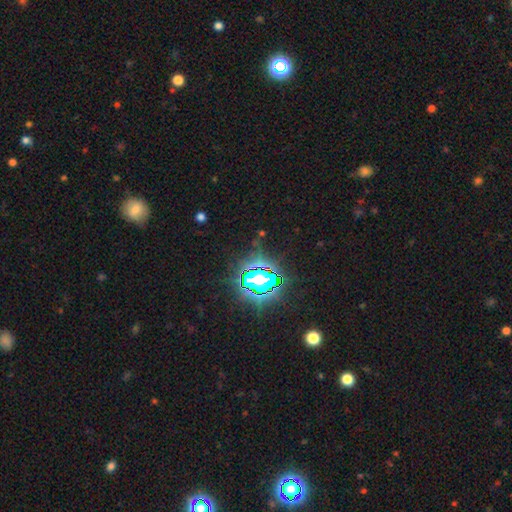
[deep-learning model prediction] A star or artifact, not a galaxy (78%).

Vote fractions:
- Smooth or featured? star or artifact: 78% / smooth: 13% / featured or disk: 9%